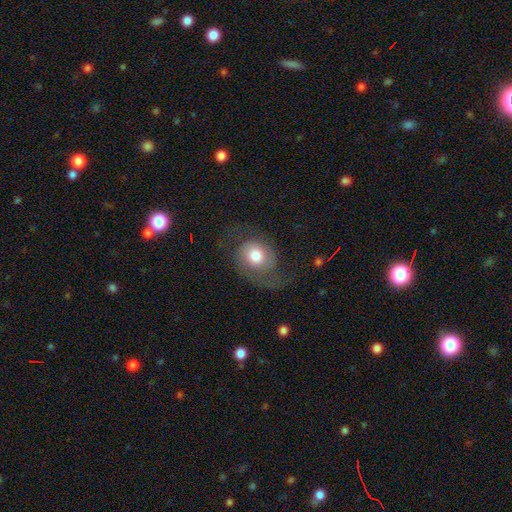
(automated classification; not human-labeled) A featured or disk galaxy (54%) with no bar (79%), spiral arms (86%) and a moderate central bulge (54%).

Vote fractions:
- Smooth or featured? featured or disk: 54% / smooth: 38% / star or artifact: 8%
- Edge-on disk? no: 97% / yes: 3%
- Bar? no: 79% / weak: 18% / strong: 4%
- Spiral arms? yes: 86% / no: 14%
- Bulge size? moderate: 54% / large: 31% / small: 7% / dominant: 6% / none: 1%
- Merging? none: 53% / major disturbance: 27% / minor disturbance: 18% / merger: 2%